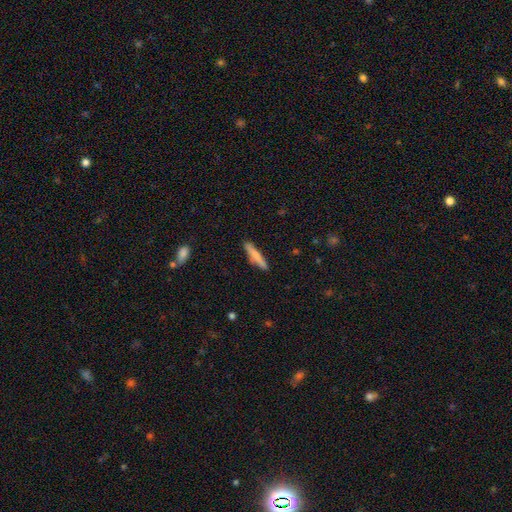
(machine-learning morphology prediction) This appears to be a smooth galaxy with no disk features (72%) that is cigar-shaped (90%). Merging: none (87%).